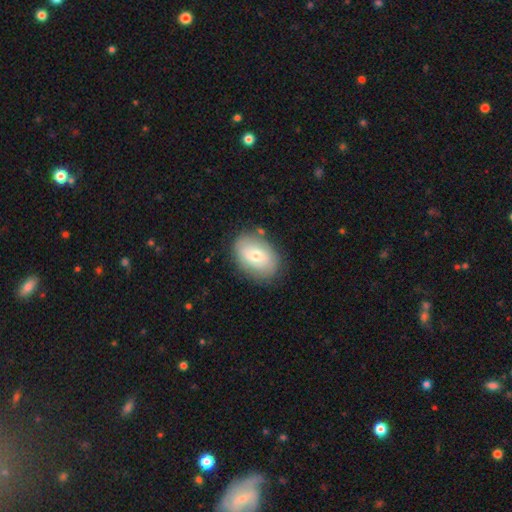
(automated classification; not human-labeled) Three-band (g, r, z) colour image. It shows a smooth galaxy with no disk features (65%) that is in between round and cigar-shaped (82%). Merging: none (79%).